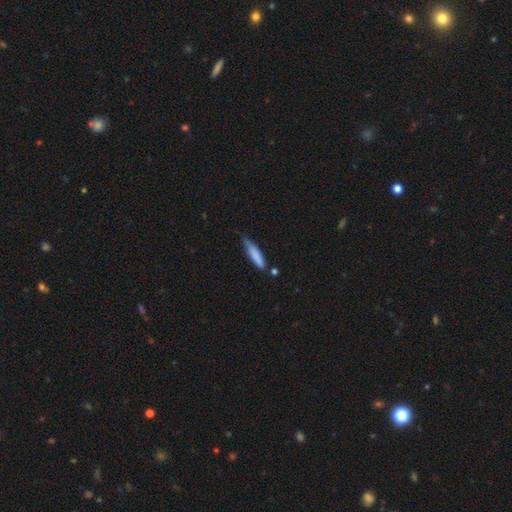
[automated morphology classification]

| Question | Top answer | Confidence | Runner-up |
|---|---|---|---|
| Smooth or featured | smooth | 79% | featured or disk (15%) |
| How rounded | cigar-shaped | 80% | in between (19%) |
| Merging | none | 52% | minor disturbance (36%) |